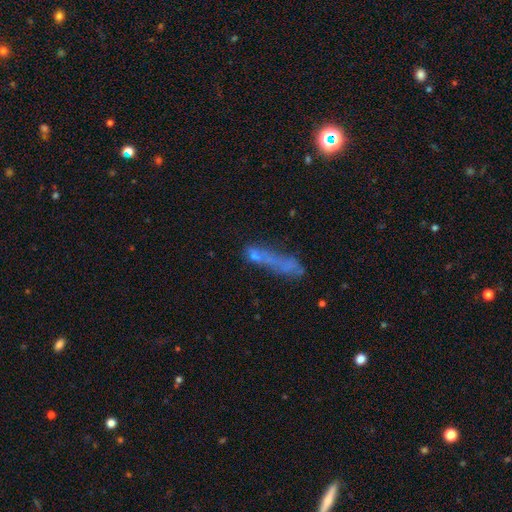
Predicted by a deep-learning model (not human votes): This appears to be a smooth galaxy with no disk features (46%). Merging: none (31%).